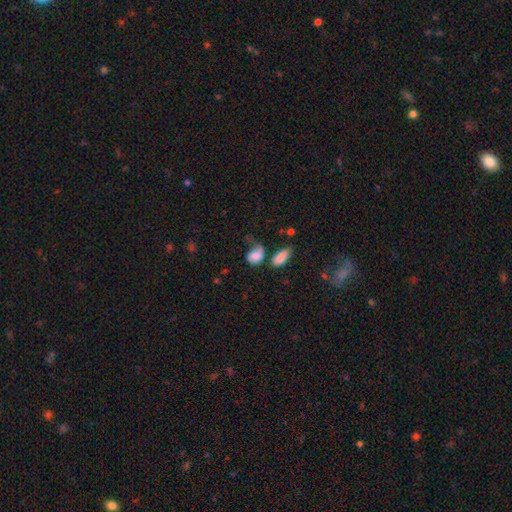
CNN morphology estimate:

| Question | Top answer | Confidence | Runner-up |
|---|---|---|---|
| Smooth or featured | smooth | 78% | featured or disk (13%) |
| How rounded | in between | 72% | round (25%) |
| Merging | none | 29% | tied: major disturbance (29%) |